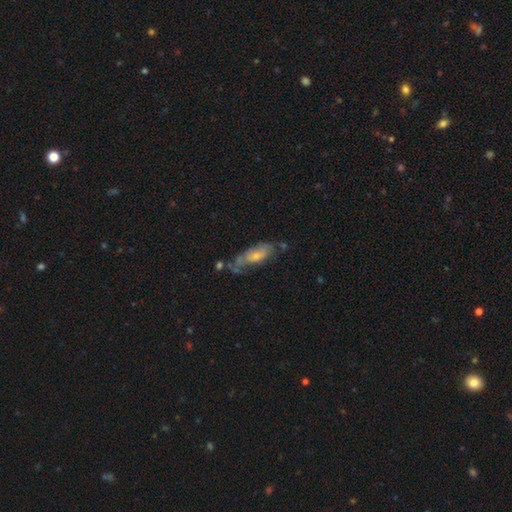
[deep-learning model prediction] This appears to be a featured or disk galaxy (50%). Merging: none (39%).